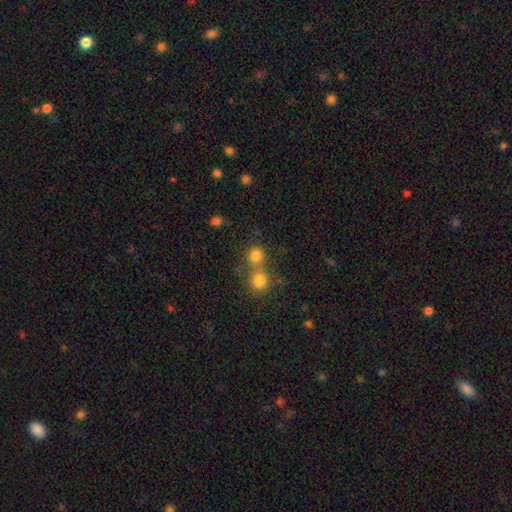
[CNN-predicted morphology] smooth-or-featured: smooth: 81% | star or artifact: 12% | featured or disk: 7%
  how-rounded: round: 87% | in between: 12% | cigar-shaped: 1%
  merging: none: 47% | merger: 43% | minor disturbance: 7% | major disturbance: 4%